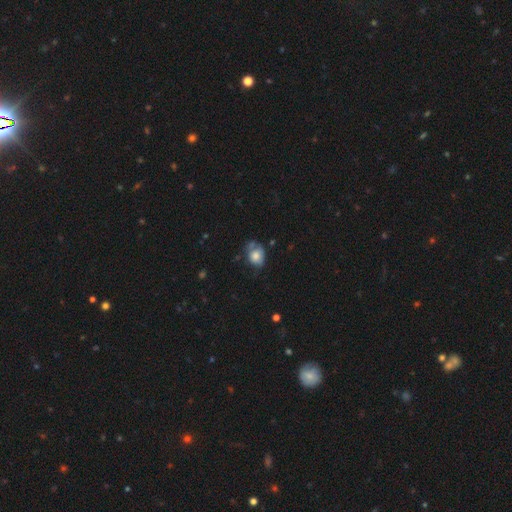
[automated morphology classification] smooth_or_featured: smooth (p=0.70) [alt: featured or disk p=0.21]
how_rounded: in between (p=0.52) [alt: round p=0.47]
merging: none (p=0.40) [alt: minor disturbance p=0.33]